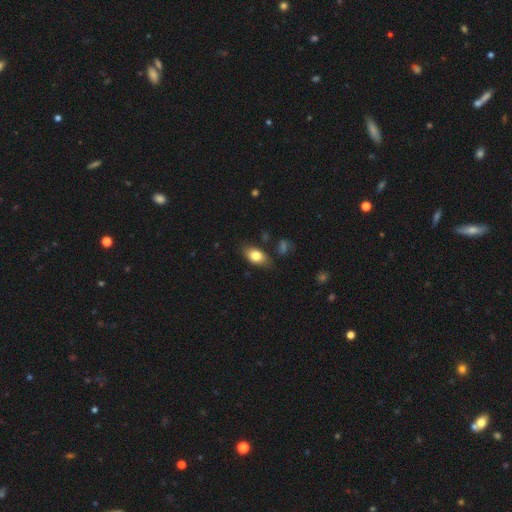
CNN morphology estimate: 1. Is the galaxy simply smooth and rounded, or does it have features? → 80% smooth, 13% featured or disk, 7% star or artifact.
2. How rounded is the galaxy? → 88% in between, 8% round, 4% cigar-shaped.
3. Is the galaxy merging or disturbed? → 78% none, 16% minor disturbance, 3% major disturbance, 3% merger.